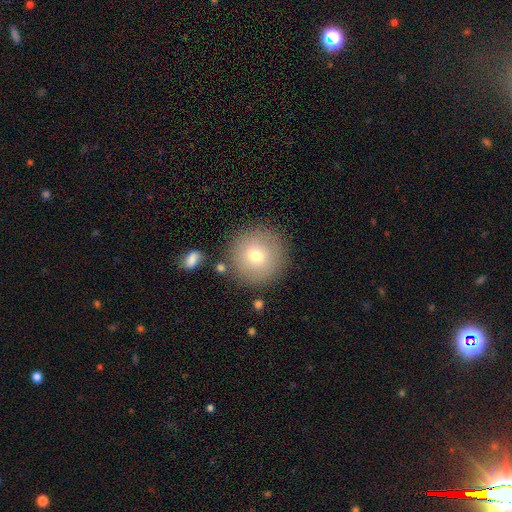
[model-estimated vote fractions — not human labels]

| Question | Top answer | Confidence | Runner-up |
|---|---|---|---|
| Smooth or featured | smooth | 74% | featured or disk (16%) |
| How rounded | round | 96% | in between (3%) |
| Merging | none | 84% | minor disturbance (9%) |